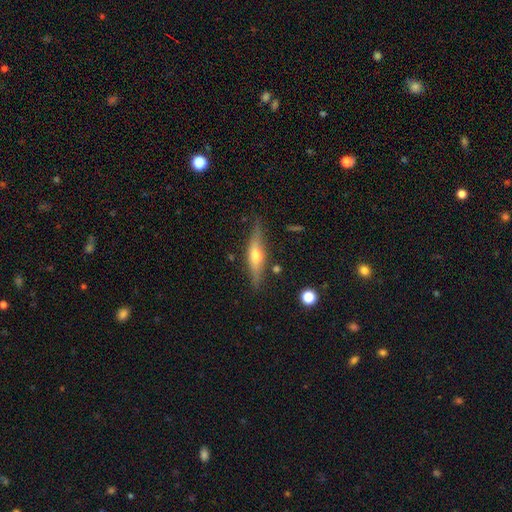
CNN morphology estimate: Overall: featured or disk (58%; smooth 35%). Edge-on disk: yes (91%). Edge-on bulge: rounded (88%). Merging: none (79%).